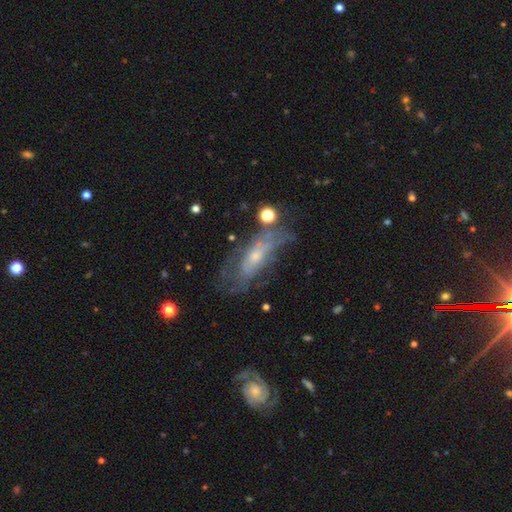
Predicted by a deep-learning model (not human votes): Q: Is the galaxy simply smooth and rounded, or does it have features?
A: featured or disk — 64%.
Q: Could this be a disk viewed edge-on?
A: no — 78%.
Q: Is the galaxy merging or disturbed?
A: none — 49%.